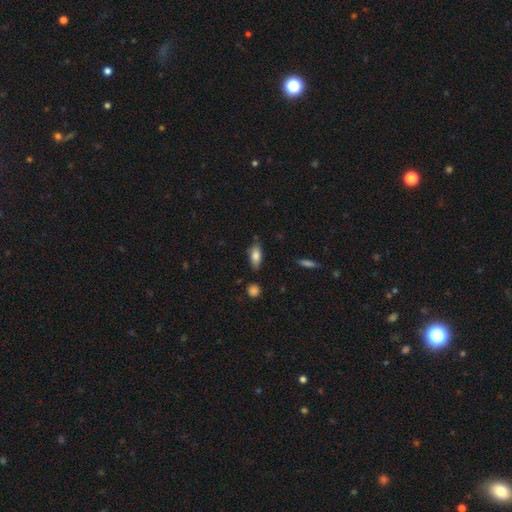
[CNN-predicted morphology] smooth 79%, featured or disk 14%, star or artifact 7%. Down the decision tree: how rounded — in between (81%); merging — none (78%).